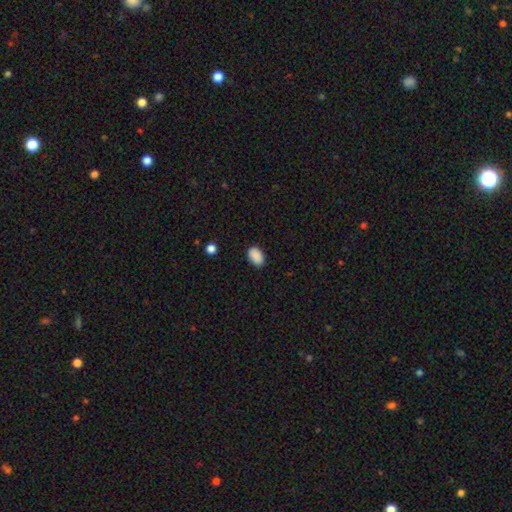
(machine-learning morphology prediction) This is clearly a smooth galaxy (90%). How rounded: clearly in between (87%). Merging: clearly none (87%).